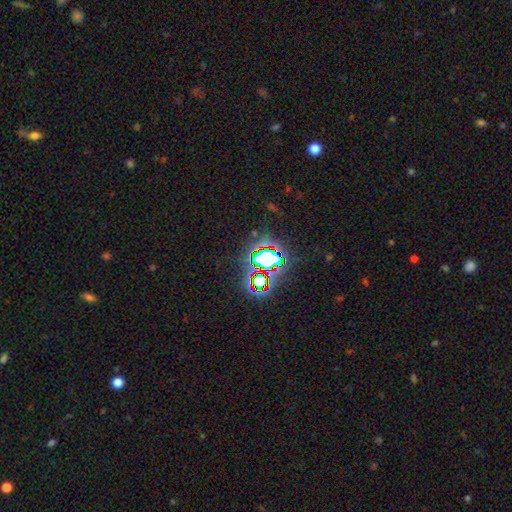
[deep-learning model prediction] This appears to be a star or artifact, not a galaxy (80%).